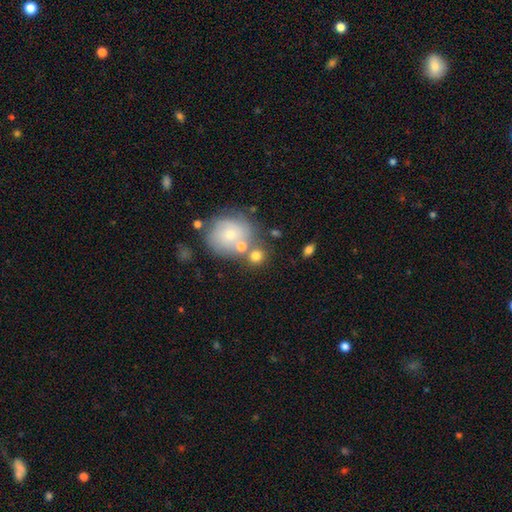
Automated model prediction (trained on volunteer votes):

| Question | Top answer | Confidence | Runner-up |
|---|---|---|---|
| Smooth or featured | smooth | 71% | featured or disk (18%) |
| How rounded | round | 83% | in between (16%) |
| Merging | none | 57% | merger (25%) |